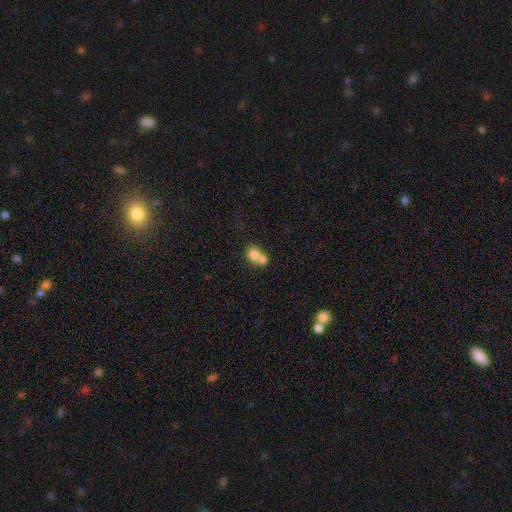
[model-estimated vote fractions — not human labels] A smooth galaxy with no disk features (74%) that is round (67%). Merging: merger (66%).